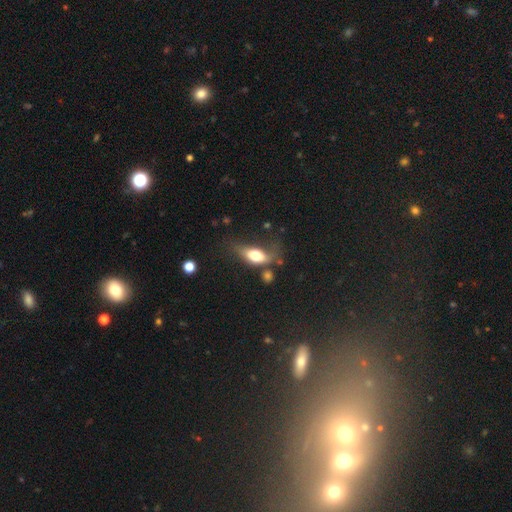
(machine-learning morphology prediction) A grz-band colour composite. It shows a smooth galaxy with no disk features (67%) that is in between round and cigar-shaped (80%). Merging: none (33%).